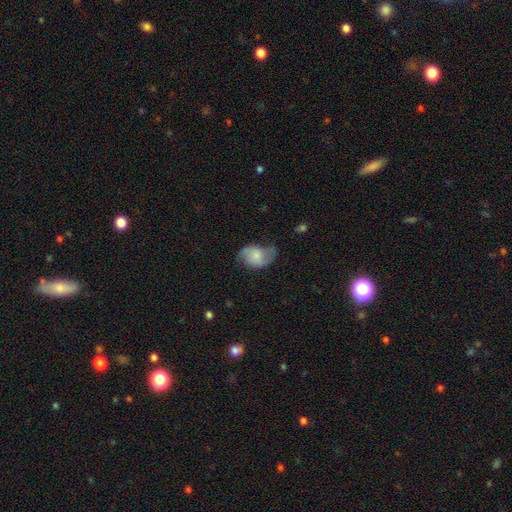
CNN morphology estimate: smooth_or_featured: smooth (p=0.54) [alt: featured or disk p=0.38]
how_rounded: in between (p=0.77) [alt: round p=0.22]
merging: none (p=0.47) [alt: minor disturbance p=0.34]